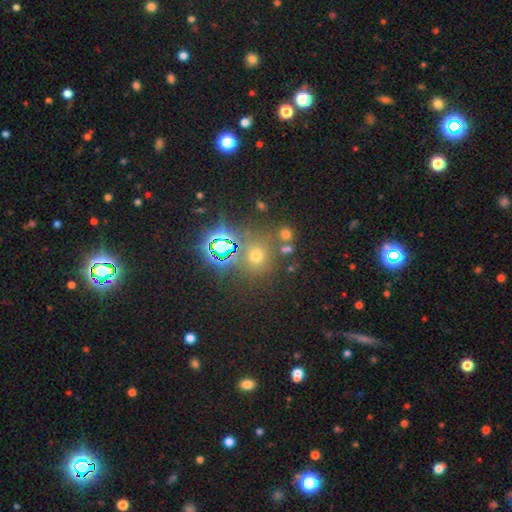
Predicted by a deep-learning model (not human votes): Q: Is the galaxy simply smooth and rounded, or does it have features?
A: smooth — 50%.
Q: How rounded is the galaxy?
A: round — 86%.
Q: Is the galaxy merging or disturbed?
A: none — 73%.